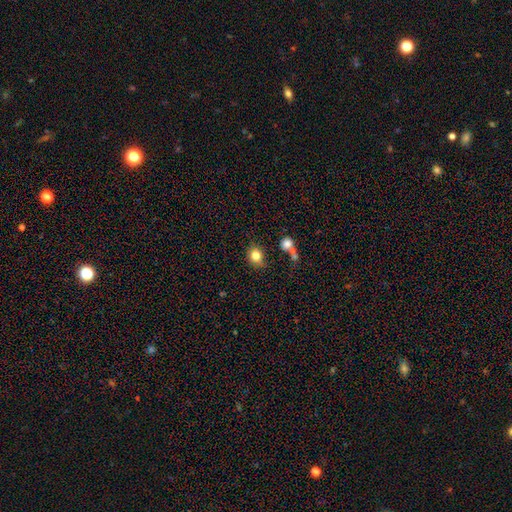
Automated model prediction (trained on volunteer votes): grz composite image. It shows a smooth galaxy with no disk features (81%) that is round (72%). Merging: none (74%).